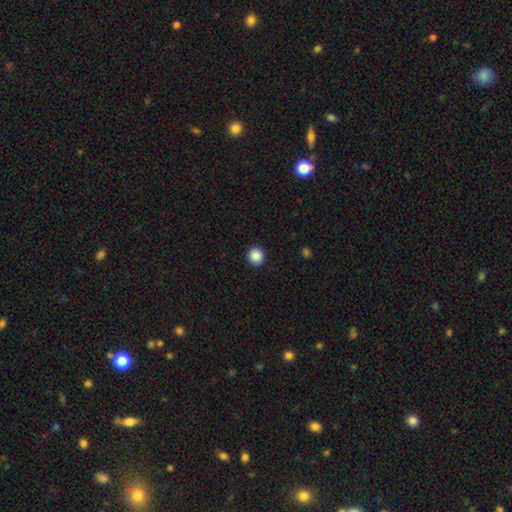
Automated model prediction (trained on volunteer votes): A smooth galaxy with no disk features (88%) that is round (90%).

Vote fractions:
- Smooth or featured? smooth: 88% / star or artifact: 9% / featured or disk: 3%
- How rounded? round: 90% / in between: 9% / cigar-shaped: 1%
- Merging? none: 92% / minor disturbance: 5% / major disturbance: 2% / merger: 1%